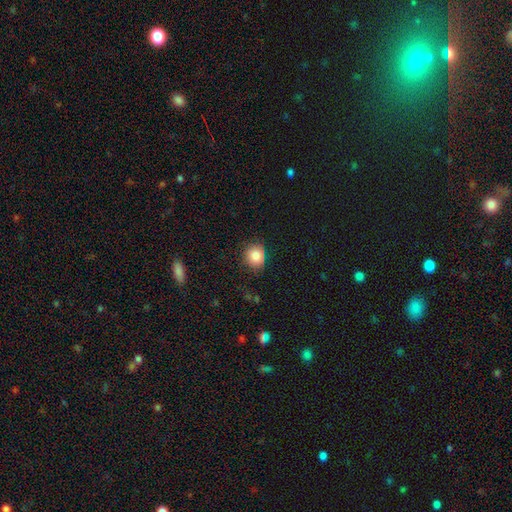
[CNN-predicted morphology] This is clearly a smooth galaxy (86%). How rounded: likely round (79%). Merging: clearly none (81%).